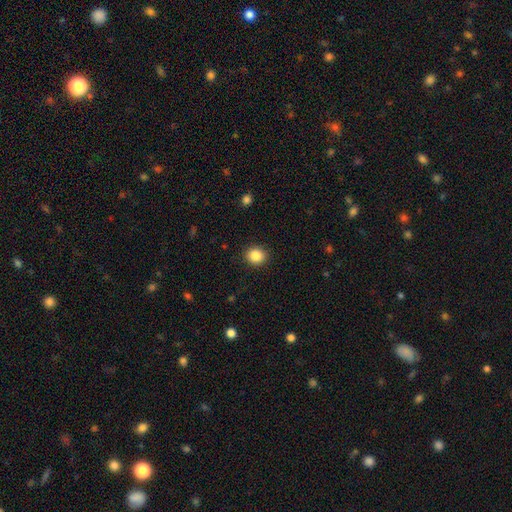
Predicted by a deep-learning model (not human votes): This appears to be a smooth galaxy with no disk features (87%) that is round (84%). Merging: none (91%).